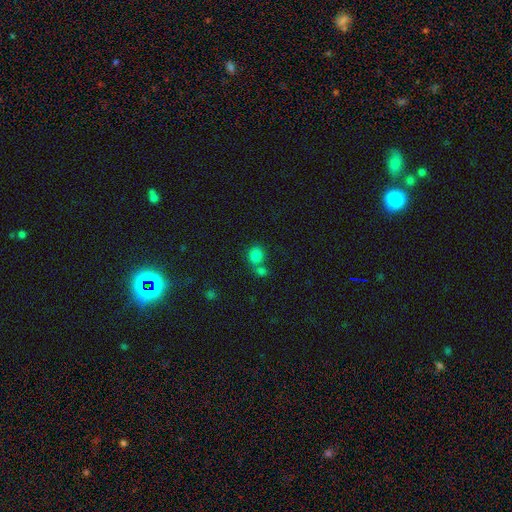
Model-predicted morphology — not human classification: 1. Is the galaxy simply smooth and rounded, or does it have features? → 81% smooth, 13% star or artifact, 6% featured or disk.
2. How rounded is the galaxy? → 68% round, 31% in between, 1% cigar-shaped.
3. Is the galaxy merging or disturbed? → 47% none, 40% merger, 9% minor disturbance, 4% major disturbance.